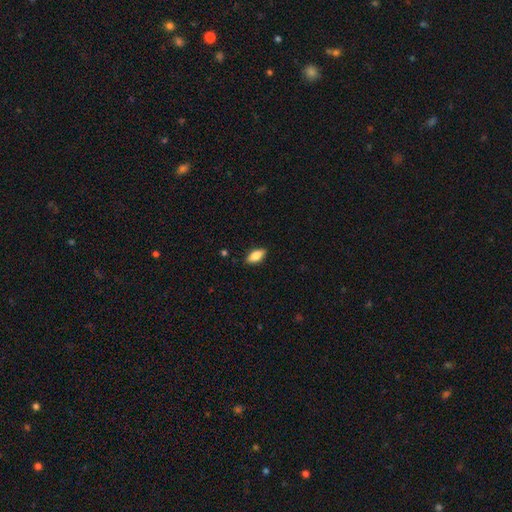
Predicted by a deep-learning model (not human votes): Smooth or featured? Predicted: smooth (p=0.80). How rounded? Predicted: in between (p=0.87). Merging? Predicted: none (p=0.86).